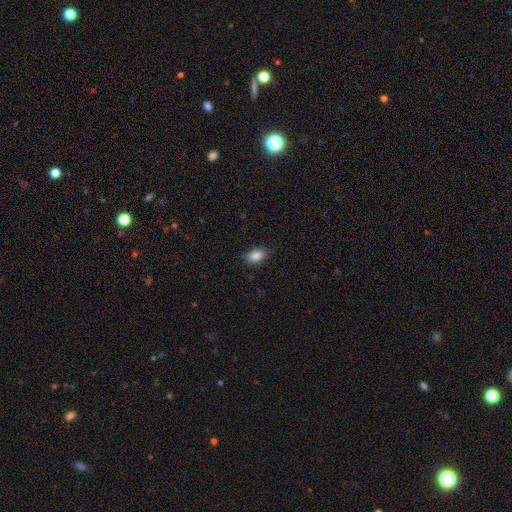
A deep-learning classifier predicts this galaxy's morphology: This is clearly a smooth galaxy (87%). How rounded: clearly in between (81%). Merging: clearly none (83%).